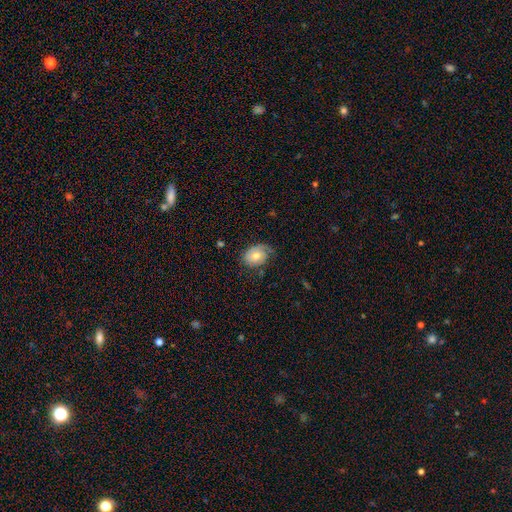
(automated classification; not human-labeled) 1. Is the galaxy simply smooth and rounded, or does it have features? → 49% smooth, 44% featured or disk, 7% star or artifact.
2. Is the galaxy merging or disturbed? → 56% none, 29% minor disturbance, 13% major disturbance, 2% merger.